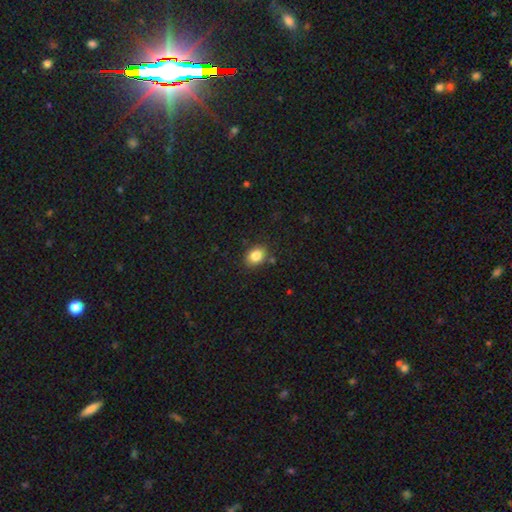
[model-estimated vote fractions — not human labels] Smooth or featured? Predicted: smooth (p=0.85). How rounded? Predicted: in between (p=0.60). Merging? Predicted: none (p=0.84).